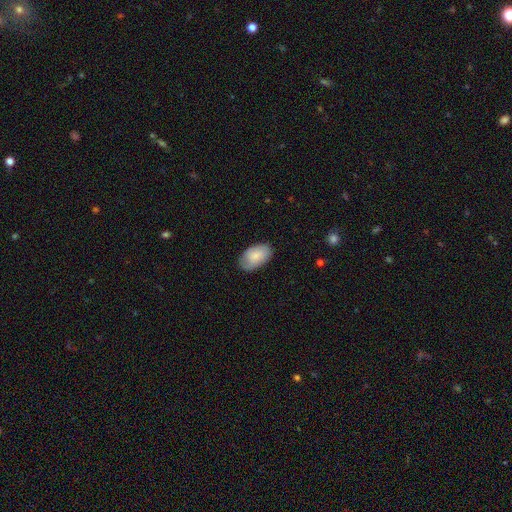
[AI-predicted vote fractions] Q: Smooth or featured?
A: smooth (81%); runner-up: featured or disk (13%)
Q: How rounded?
A: in between (94%); runner-up: round (5%)
Q: Merging?
A: none (80%); runner-up: minor disturbance (16%)